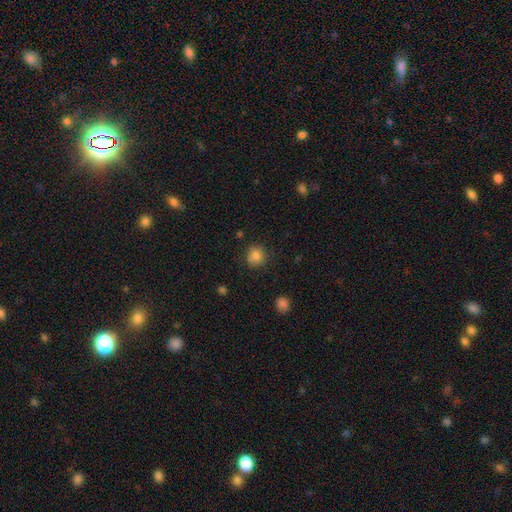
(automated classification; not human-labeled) Smooth or featured: smooth — 84% (star or artifact — 11%)
How rounded: round — 89% (in between — 10%)
Merging: none — 81% (minor disturbance — 12%)